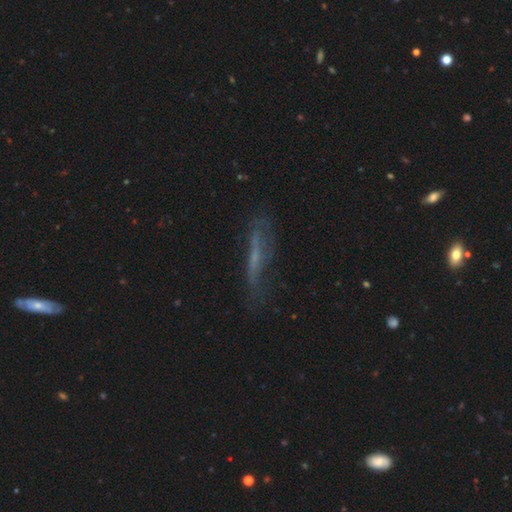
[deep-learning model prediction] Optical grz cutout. It shows a featured or disk galaxy (50%). Merging: none (61%).